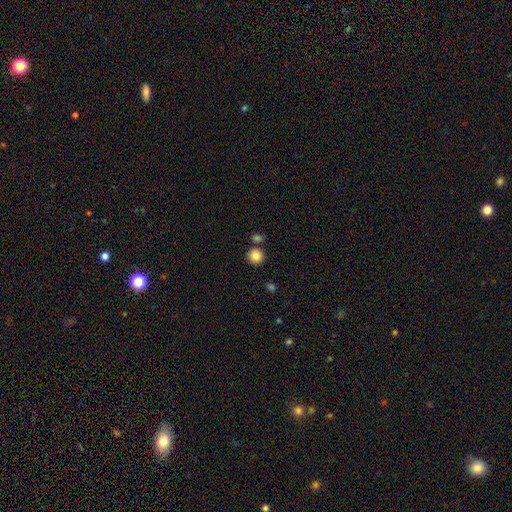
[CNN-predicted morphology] The model was most divided on "merging": none: 78%, merger: 12%, minor disturbance: 8%, major disturbance: 2%. More confident: how rounded — round (93%); smooth or featured — smooth (85%).